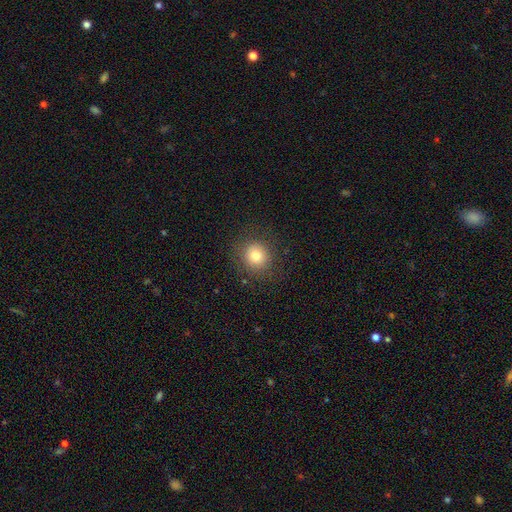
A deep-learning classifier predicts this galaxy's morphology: Smooth or featured: smooth — 79% (star or artifact — 12%)
How rounded: round — 87% (in between — 12%)
Merging: none — 86% (minor disturbance — 9%)